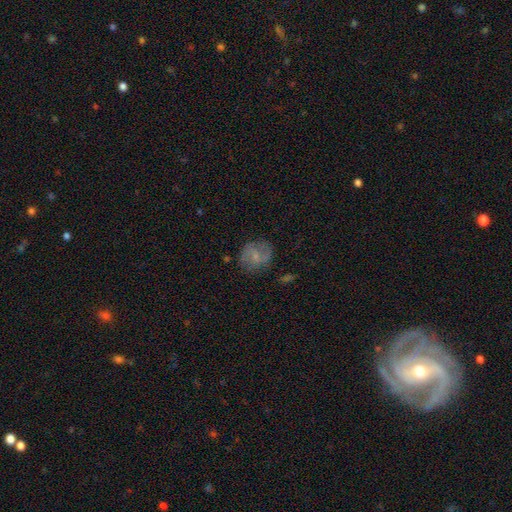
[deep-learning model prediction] A featured or disk galaxy (50%). Merging: none (71%).